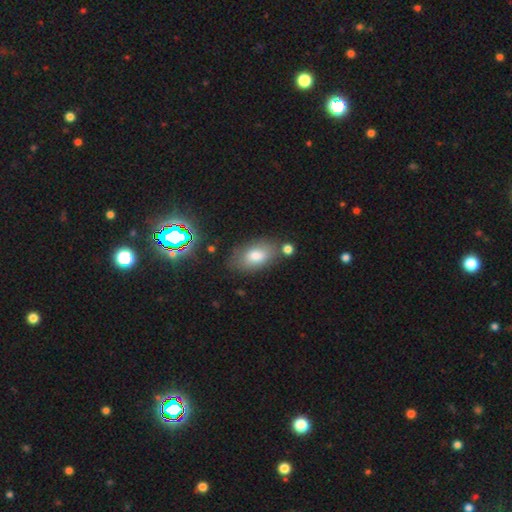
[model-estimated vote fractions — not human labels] Smooth or featured: smooth — 77% (featured or disk — 13%)
How rounded: in between — 91% (round — 6%)
Merging: none — 69% (minor disturbance — 16%)